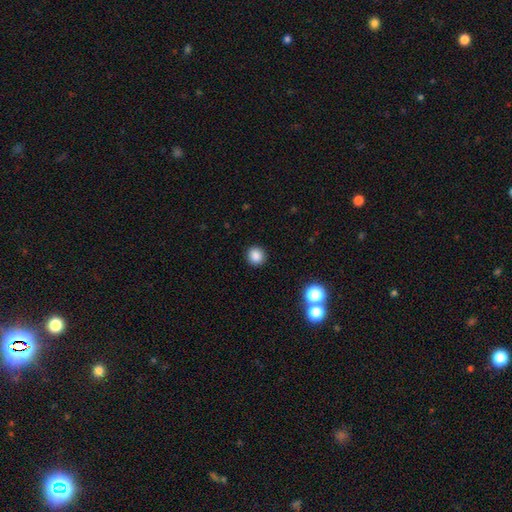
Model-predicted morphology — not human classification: Smooth or featured? smooth (86%)
How rounded? round (90%)
Merging? none (92%)